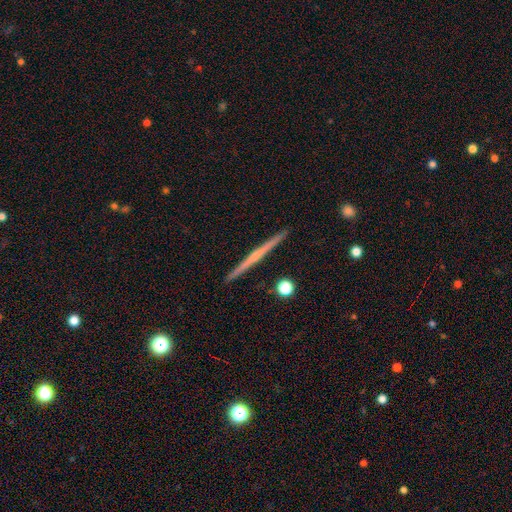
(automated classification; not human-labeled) This is likely a featured or disk galaxy (67%). It is clearly viewed edge-on (98%). Edge-on bulge: likely none (61%). Merging: clearly none (92%).